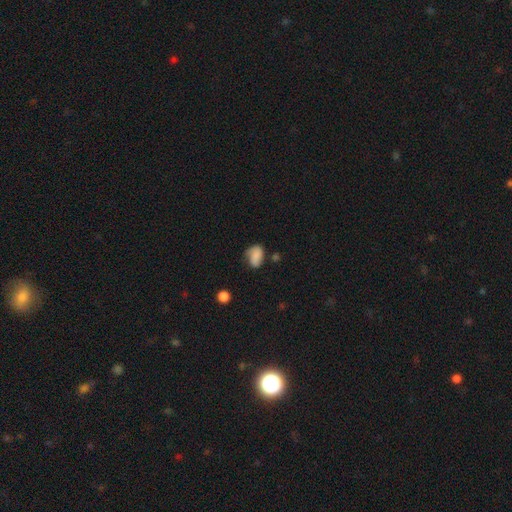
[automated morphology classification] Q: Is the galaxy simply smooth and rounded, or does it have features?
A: smooth — 74%.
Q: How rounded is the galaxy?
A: in between — 81%.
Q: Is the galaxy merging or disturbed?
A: none — 44%.